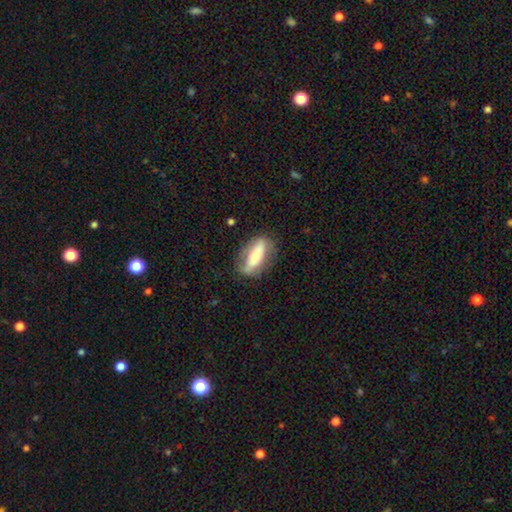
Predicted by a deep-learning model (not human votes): Smooth or featured?
  - smooth: 59% *
  - featured or disk: 34%
  - star or artifact: 6%
How rounded?
  - in between: 63% *
  - cigar-shaped: 33%
  - round: 4%
Merging?
  - none: 75% *
  - minor disturbance: 17%
  - major disturbance: 6%
  - merger: 2%